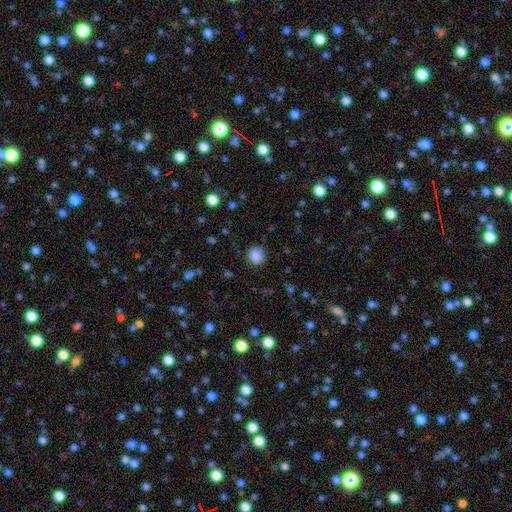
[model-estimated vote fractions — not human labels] A smooth galaxy with no disk features (86%) that is round (83%).

Vote fractions:
- Smooth or featured? smooth: 86% / star or artifact: 11% / featured or disk: 4%
- How rounded? round: 83% / in between: 16% / cigar-shaped: 1%
- Merging? none: 86% / minor disturbance: 10% / major disturbance: 3% / merger: 1%